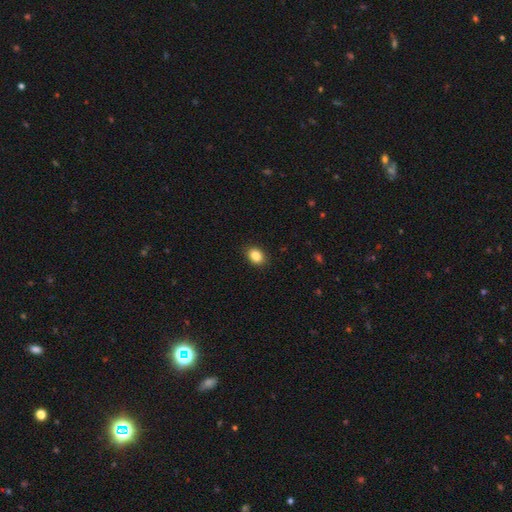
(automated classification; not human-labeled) smooth_or_featured: smooth (p=0.86) [alt: star or artifact p=0.09]
how_rounded: in between (p=0.66) [alt: round p=0.33]
merging: none (p=0.89) [alt: minor disturbance p=0.08]